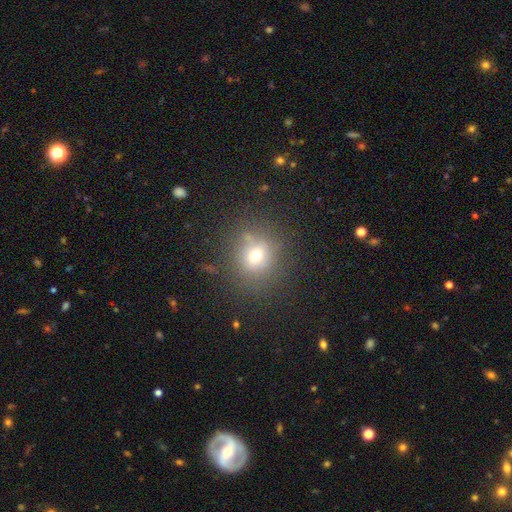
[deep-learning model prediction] Smooth or featured? Predicted: smooth (p=0.65). How rounded? Predicted: round (p=0.82). Merging? Predicted: none (p=0.79).